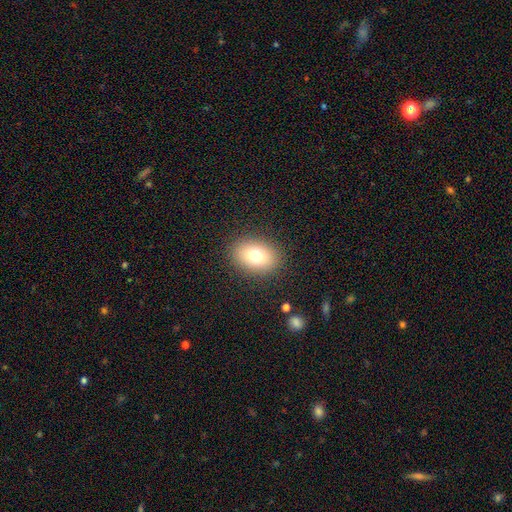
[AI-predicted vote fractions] Overall: smooth (76%). How rounded: in between (71%). Merging: none (87%).